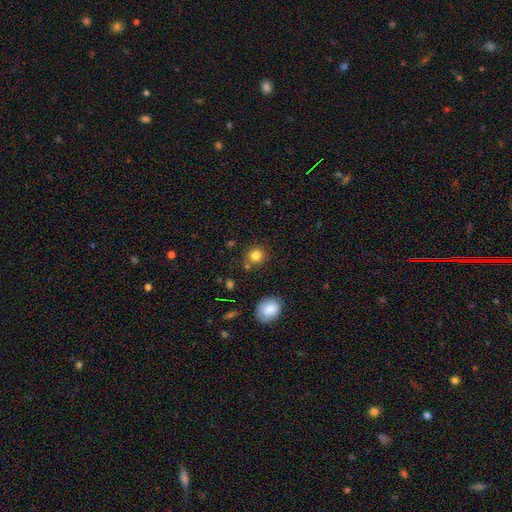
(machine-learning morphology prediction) This is clearly a smooth galaxy (82%). How rounded: clearly round (85%). Merging: likely none (78%).